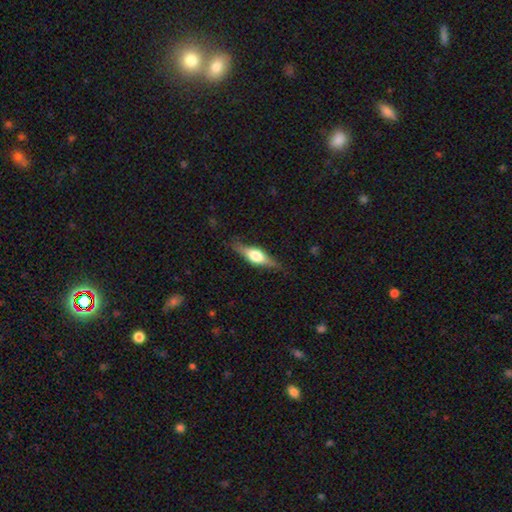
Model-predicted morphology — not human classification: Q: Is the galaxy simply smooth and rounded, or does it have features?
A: featured or disk — 55%.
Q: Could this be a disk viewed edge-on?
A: yes — 92%.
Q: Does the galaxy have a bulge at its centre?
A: rounded — 90%.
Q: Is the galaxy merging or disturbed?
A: none — 81%.